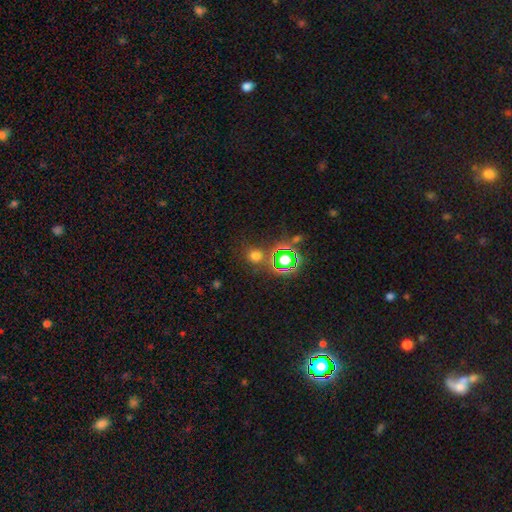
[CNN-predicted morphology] Overall: smooth (61%; star or artifact 32%). How rounded: round (86%). Merging: none (78%).